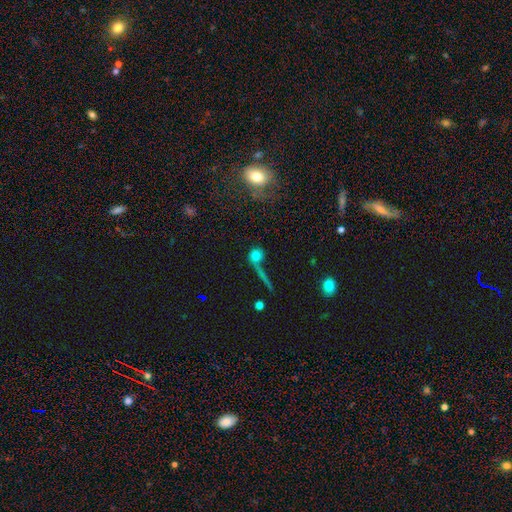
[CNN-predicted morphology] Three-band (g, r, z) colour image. It shows a smooth galaxy with no disk features (66%) that is round (80%). Merging: none (56%).